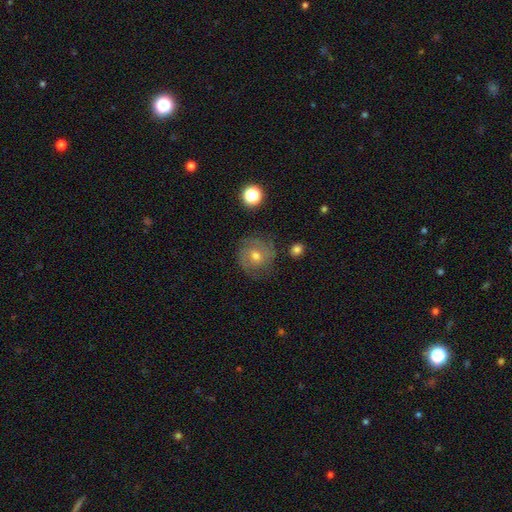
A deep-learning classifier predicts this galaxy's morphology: The model was most divided on "spiral arm count": 2: 43%, can't tell: 24%, 3: 19%, 4: 5%, 1: 5%, more than 4: 4%. More confident: edge-on disk — no (97%); spiral arms — yes (91%); merging — none (78%); smooth or featured — featured or disk (71%); bulge size — moderate (68%); bar — no (65%); spiral winding — tight (59%).